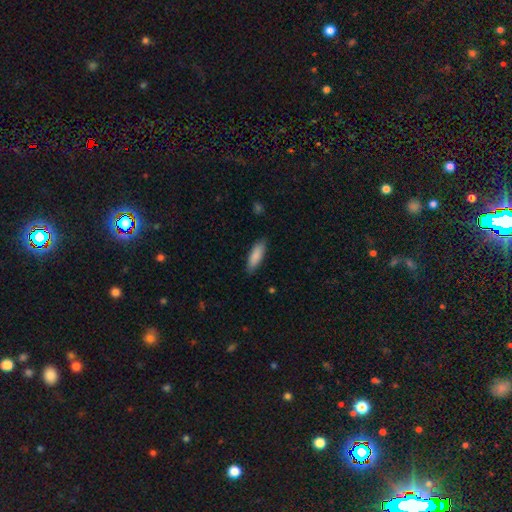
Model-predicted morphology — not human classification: A smooth galaxy with no disk features (88%) that is in between round and cigar-shaped (57%).

Vote fractions:
- Smooth or featured? smooth: 88% / featured or disk: 7% / star or artifact: 5%
- How rounded? in between: 57% / cigar-shaped: 41% / round: 1%
- Merging? none: 85% / minor disturbance: 12% / major disturbance: 2% / merger: 1%